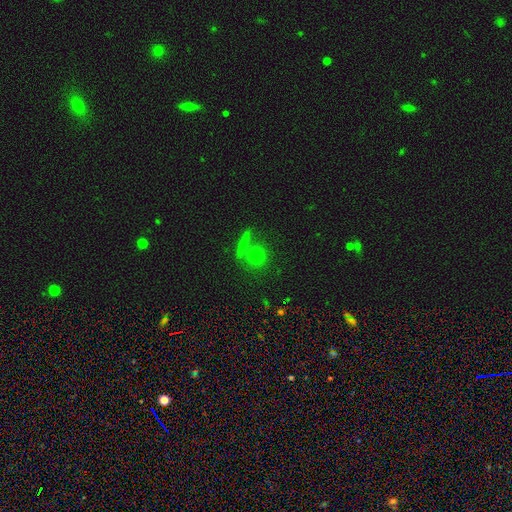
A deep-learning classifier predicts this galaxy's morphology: This appears to be a smooth galaxy with no disk features (63%) that is round (86%). Merging: none (66%).